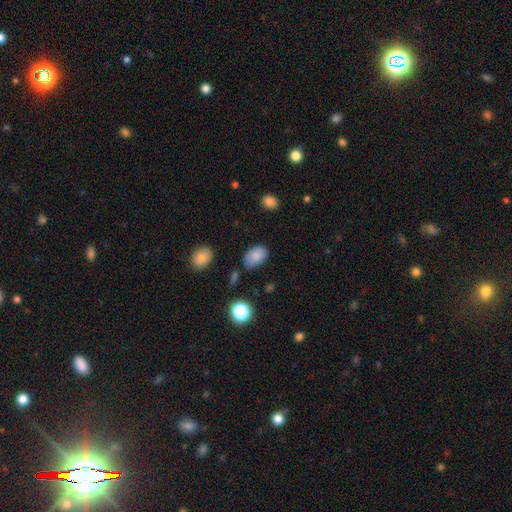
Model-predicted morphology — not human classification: smooth_or_featured: smooth (p=0.84) [alt: star or artifact p=0.09]
how_rounded: in between (p=0.90) [alt: round p=0.09]
merging: none (p=0.70) [alt: minor disturbance p=0.21]